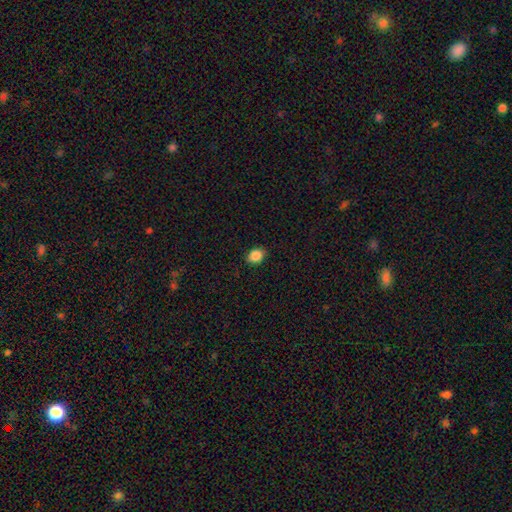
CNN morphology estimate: Smooth or featured: smooth — 87% (star or artifact — 9%)
How rounded: in between — 58% (round — 41%)
Merging: none — 87% (minor disturbance — 10%)